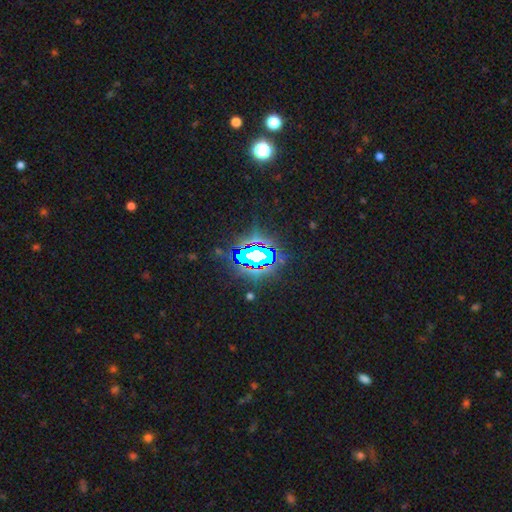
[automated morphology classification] Smooth or featured?
  - star or artifact: 75% *
  - smooth: 13%
  - featured or disk: 12%